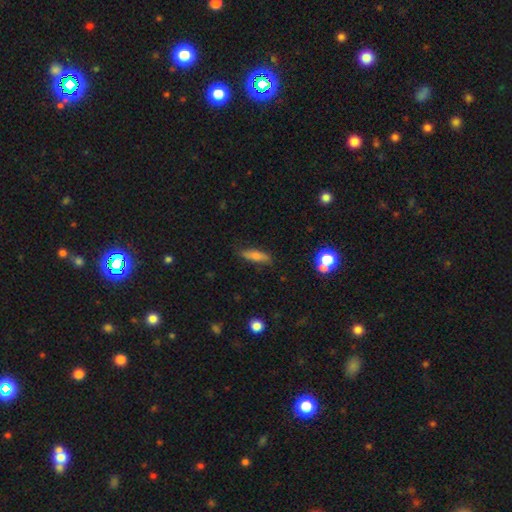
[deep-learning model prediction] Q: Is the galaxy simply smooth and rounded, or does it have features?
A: smooth — 70%.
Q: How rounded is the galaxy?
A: cigar-shaped — 62%.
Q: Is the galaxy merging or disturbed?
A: none — 81%.